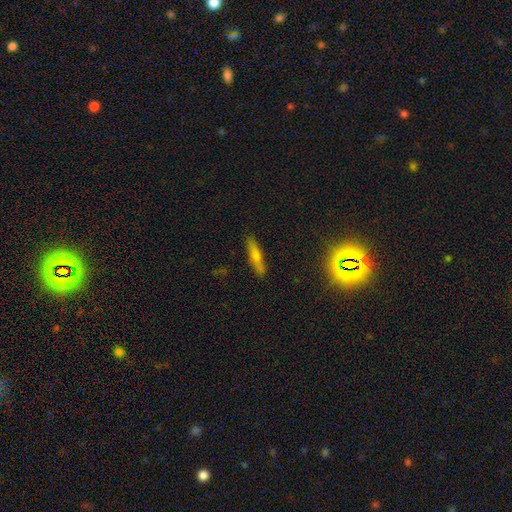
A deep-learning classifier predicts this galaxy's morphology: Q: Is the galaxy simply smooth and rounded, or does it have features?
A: smooth — 54%.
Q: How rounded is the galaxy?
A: cigar-shaped — 80%.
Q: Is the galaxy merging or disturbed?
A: none — 86%.